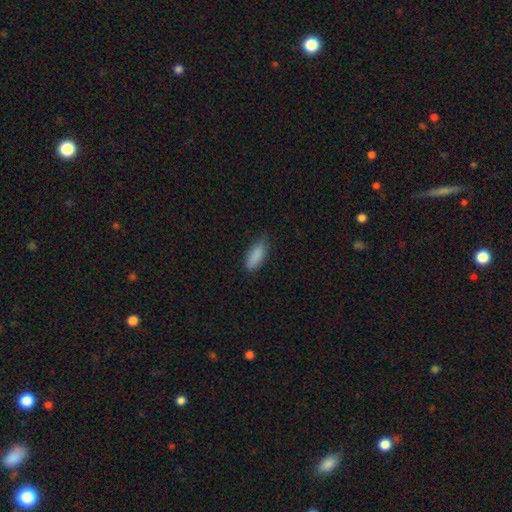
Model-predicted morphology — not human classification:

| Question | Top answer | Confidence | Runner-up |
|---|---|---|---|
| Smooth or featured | smooth | 88% | star or artifact (7%) |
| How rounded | in between | 74% | cigar-shaped (25%) |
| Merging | none | 78% | minor disturbance (18%) |